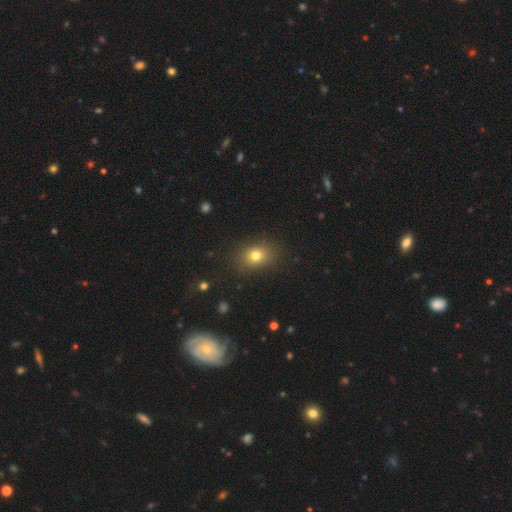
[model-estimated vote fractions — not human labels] Q: Smooth or featured?
A: smooth (77%); runner-up: star or artifact (14%)
Q: How rounded?
A: in between (55%); runner-up: round (44%)
Q: Merging?
A: none (84%); runner-up: minor disturbance (11%)